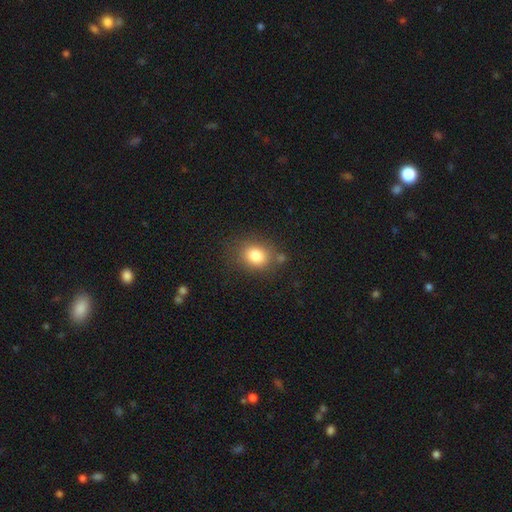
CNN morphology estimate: The model was most divided on "how rounded": round: 60%, in between: 39%, cigar-shaped: 1%. More confident: smooth or featured — smooth (82%); merging — none (74%).